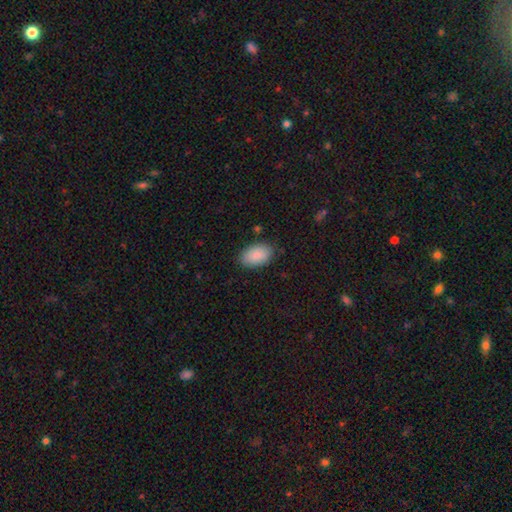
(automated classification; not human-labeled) smooth_or_featured: smooth (p=0.88) [alt: star or artifact p=0.06]
how_rounded: in between (p=0.93) [alt: round p=0.06]
merging: none (p=0.85) [alt: minor disturbance p=0.12]